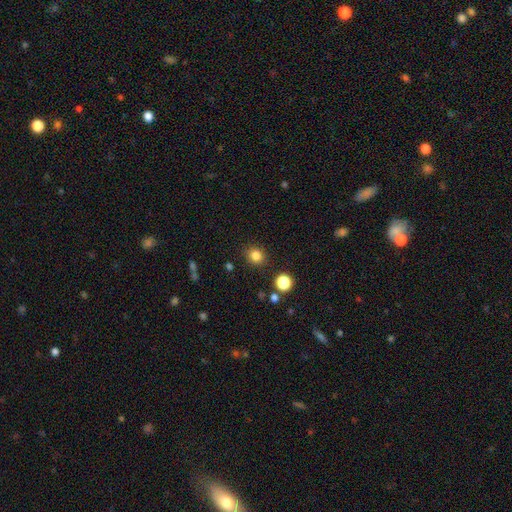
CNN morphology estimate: smooth-or-featured: smooth: 82% | star or artifact: 13% | featured or disk: 5%
  how-rounded: round: 81% | in between: 18% | cigar-shaped: 1%
  merging: none: 88% | minor disturbance: 8% | major disturbance: 3% | merger: 2%